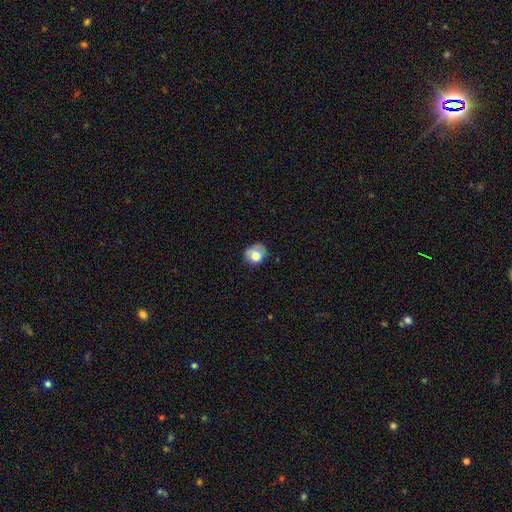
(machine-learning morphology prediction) A smooth galaxy with no disk features (76%) that is round (70%).

Vote fractions:
- Smooth or featured? smooth: 76% / featured or disk: 14% / star or artifact: 10%
- How rounded? round: 70% / in between: 29% / cigar-shaped: 1%
- Merging? none: 55% / minor disturbance: 32% / major disturbance: 10% / merger: 2%